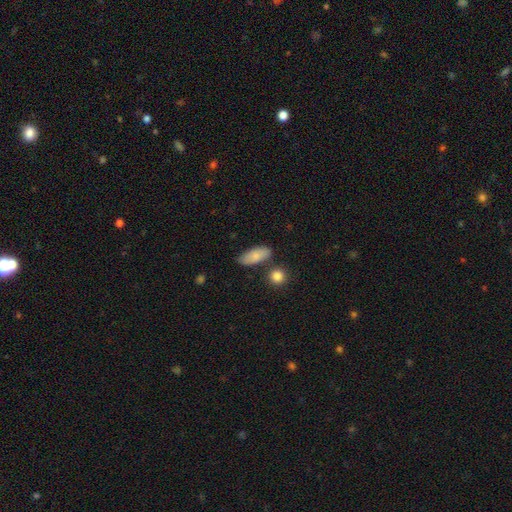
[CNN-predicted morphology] smooth_or_featured: smooth (p=0.83) [alt: featured or disk p=0.11]
how_rounded: in between (p=0.84) [alt: cigar-shaped p=0.12]
merging: none (p=0.72) [alt: minor disturbance p=0.16]